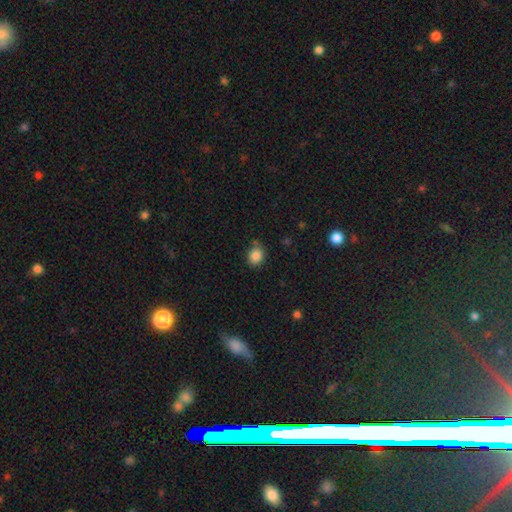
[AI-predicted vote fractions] A smooth galaxy with no disk features (85%) that is round (66%).

Vote fractions:
- Smooth or featured? smooth: 85% / star or artifact: 10% / featured or disk: 5%
- How rounded? round: 66% / in between: 33% / cigar-shaped: 1%
- Merging? none: 76% / minor disturbance: 16% / merger: 5% / major disturbance: 4%